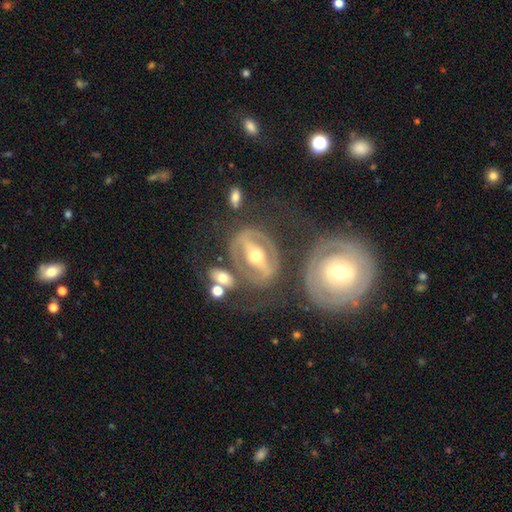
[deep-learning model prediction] Smooth or featured: featured or disk — 78% (smooth — 16%)
Edge-on disk: no — 91% (yes — 9%)
Bar: strong — 59% (weak — 24%)
Spiral arms: yes — 64% (no — 36%)
Bulge size: moderate — 66% (small — 27%)
Merging: none — 50% (merger — 19%)